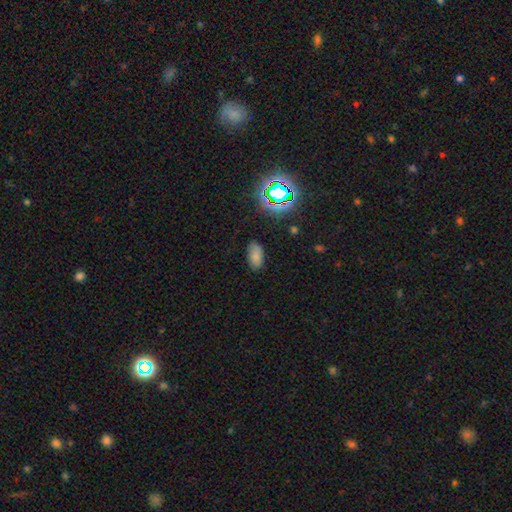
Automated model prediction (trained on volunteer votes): smooth-or-featured: smooth: 75% | star or artifact: 18% | featured or disk: 7%
  how-rounded: in between: 93% | round: 4% | cigar-shaped: 3%
  merging: none: 80% | minor disturbance: 15% | major disturbance: 4% | merger: 2%